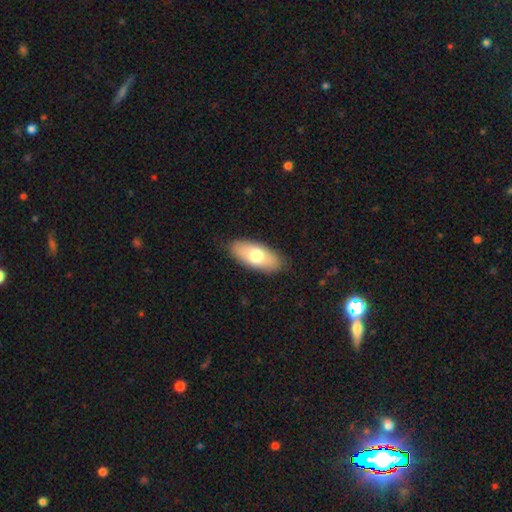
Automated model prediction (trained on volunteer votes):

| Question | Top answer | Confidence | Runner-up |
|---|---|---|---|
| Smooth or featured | smooth | 71% | featured or disk (24%) |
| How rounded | in between | 87% | cigar-shaped (10%) |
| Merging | none | 87% | minor disturbance (10%) |